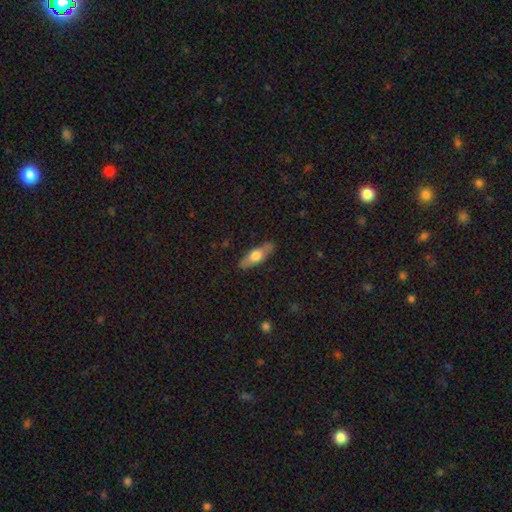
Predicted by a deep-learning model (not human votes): smooth 58%, featured or disk 36%, star or artifact 6%. Down the decision tree: how rounded — in between (53%); merging — none (85%).